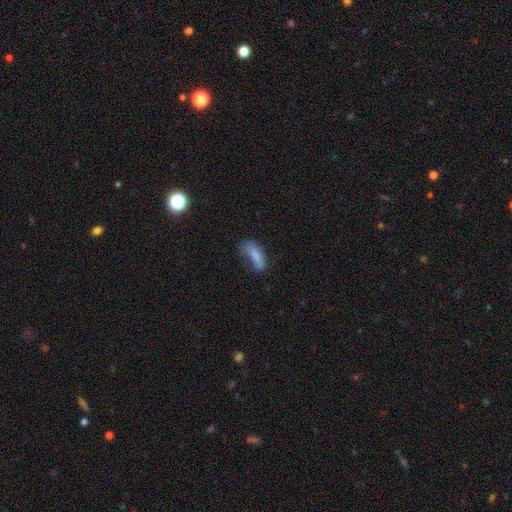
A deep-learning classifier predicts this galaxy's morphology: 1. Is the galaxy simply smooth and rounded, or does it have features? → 74% smooth, 16% featured or disk, 10% star or artifact.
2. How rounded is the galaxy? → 59% in between, 38% cigar-shaped, 3% round.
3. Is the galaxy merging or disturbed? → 40% none, 31% minor disturbance, 25% major disturbance, 4% merger.